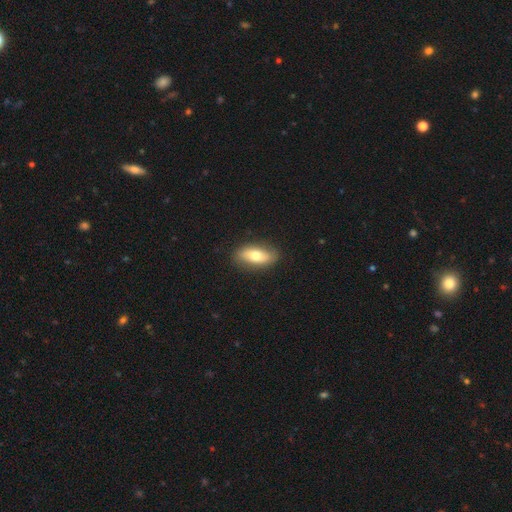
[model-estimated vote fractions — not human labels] smooth-or-featured: smooth: 67% | featured or disk: 27% | star or artifact: 6%
  how-rounded: in between: 84% | cigar-shaped: 12% | round: 4%
  merging: none: 85% | minor disturbance: 11% | major disturbance: 3% | merger: 1%